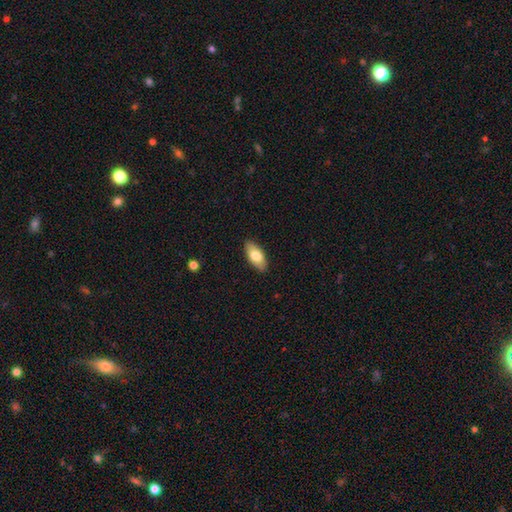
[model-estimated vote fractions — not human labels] This is likely a smooth galaxy (76%). How rounded: clearly in between (89%). Merging: clearly none (88%).